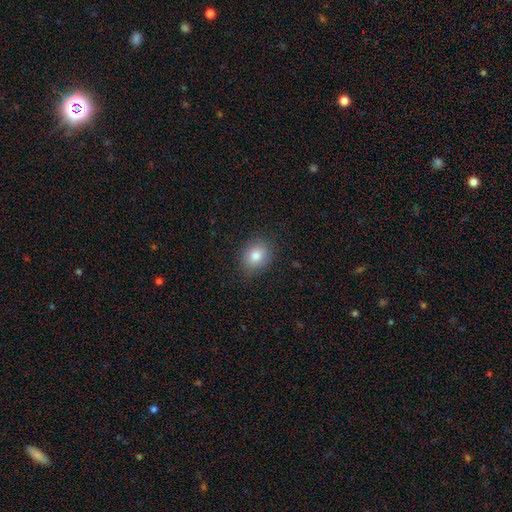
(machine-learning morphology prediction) This appears to be a smooth galaxy with no disk features (82%) that is round (59%). Merging: none (84%).